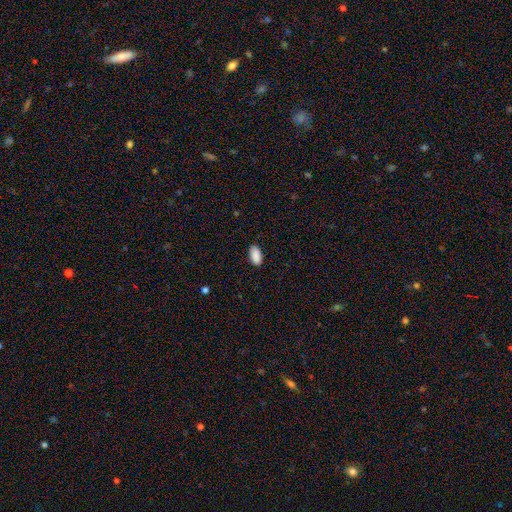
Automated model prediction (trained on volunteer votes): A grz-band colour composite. It shows a smooth galaxy with no disk features (91%) that is in between round and cigar-shaped (95%). Merging: none (87%).